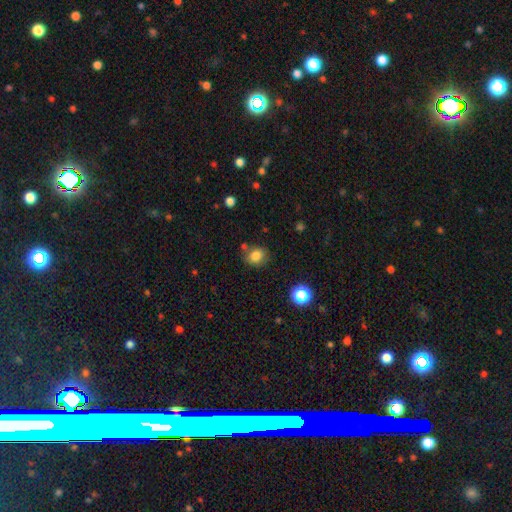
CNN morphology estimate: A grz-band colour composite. It shows a smooth galaxy with no disk features (82%) that is round (59%). Merging: none (71%).